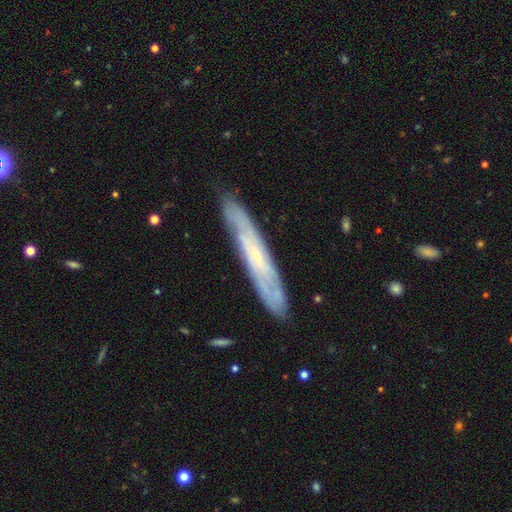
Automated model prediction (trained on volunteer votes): smooth_or_featured: featured or disk (p=0.69) [alt: smooth p=0.24]
disk_edge_on: yes (p=0.59) [alt: no p=0.41]
merging: none (p=0.85) [alt: minor disturbance p=0.12]